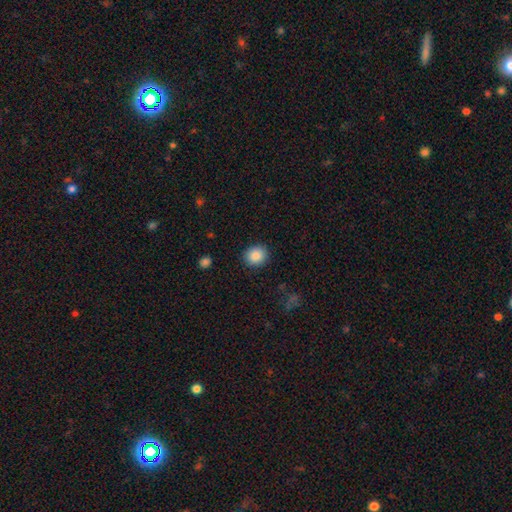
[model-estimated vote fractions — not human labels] This is clearly a smooth galaxy (88%). How rounded: likely round (74%). Merging: clearly none (89%).